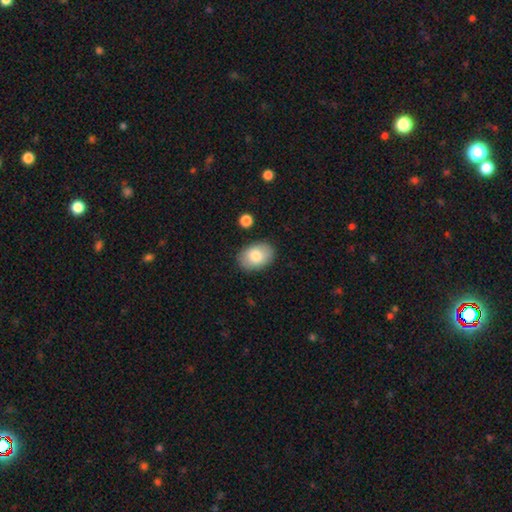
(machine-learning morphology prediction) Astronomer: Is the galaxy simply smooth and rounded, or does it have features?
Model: smooth — 81%.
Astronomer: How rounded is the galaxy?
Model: in between — 86%.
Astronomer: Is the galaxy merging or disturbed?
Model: none — 86%.